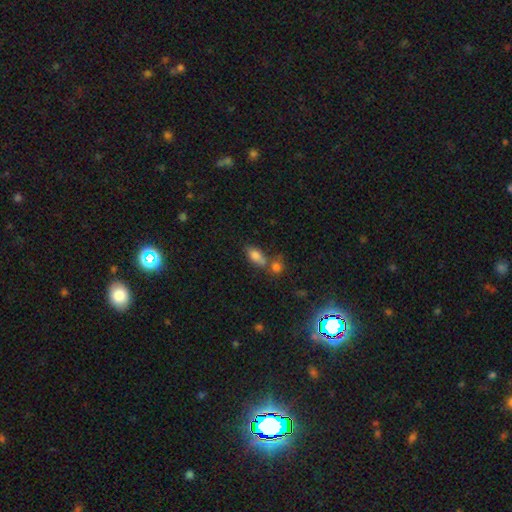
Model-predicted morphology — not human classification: Smooth or featured?
  - smooth: 79% *
  - star or artifact: 10%
  - featured or disk: 10%
How rounded?
  - in between: 85% *
  - round: 8%
  - cigar-shaped: 7%
Merging?
  - none: 43% *
  - merger: 36%
  - minor disturbance: 14%
  - major disturbance: 6%